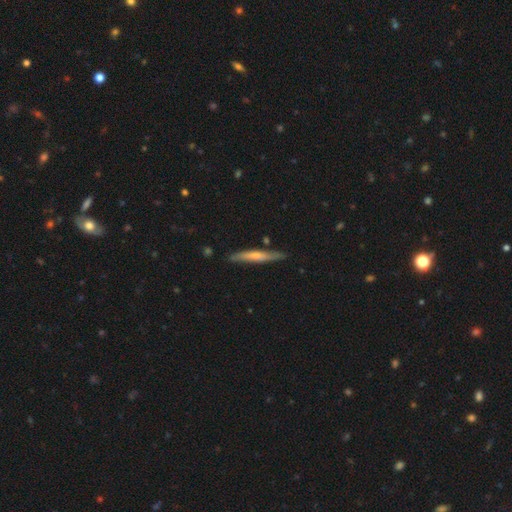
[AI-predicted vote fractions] Smooth or featured: smooth — 52% (featured or disk — 43%)
How rounded: cigar-shaped — 94% (in between — 4%)
Merging: none — 82% (minor disturbance — 13%)